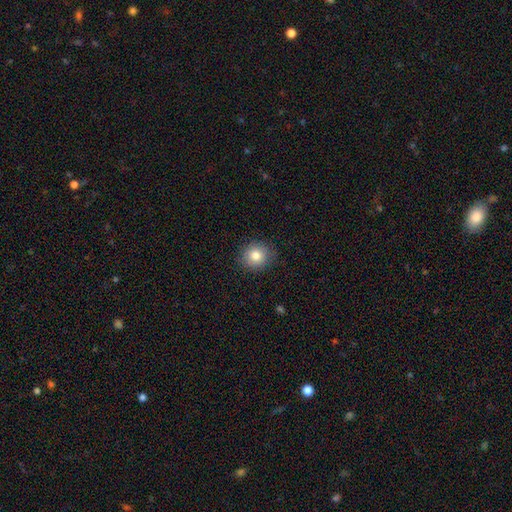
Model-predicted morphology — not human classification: This is clearly a smooth galaxy (81%). How rounded: clearly round (85%). Merging: clearly none (88%).